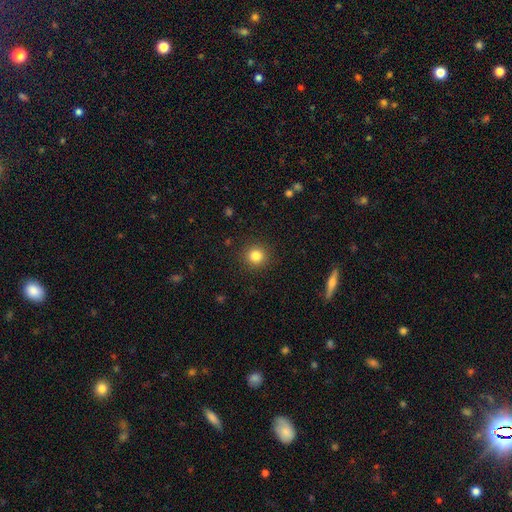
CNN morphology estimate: smooth 83%, star or artifact 12%, featured or disk 5%. Down the decision tree: how rounded — round (93%); merging — none (91%).